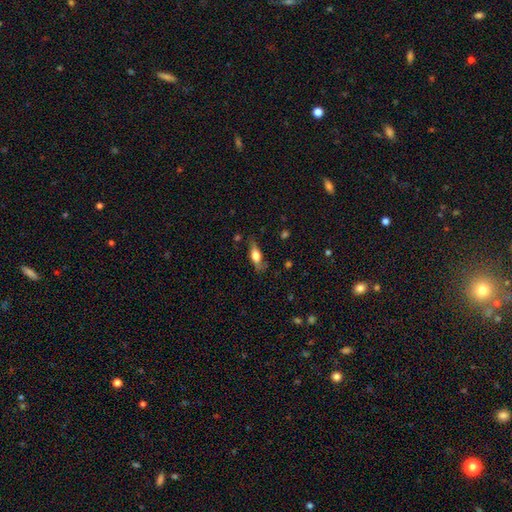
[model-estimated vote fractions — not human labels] Smooth or featured? Predicted: smooth (p=0.57). How rounded? Predicted: in between (p=0.56). Merging? Predicted: none (p=0.70).